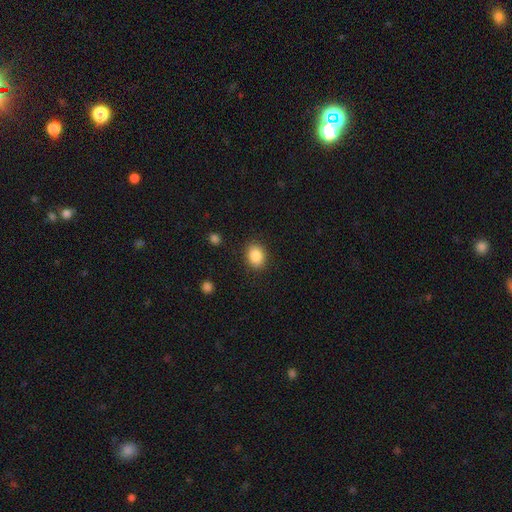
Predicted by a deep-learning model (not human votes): A smooth galaxy with no disk features (87%) that is in between round and cigar-shaped (56%). Merging: none (87%).